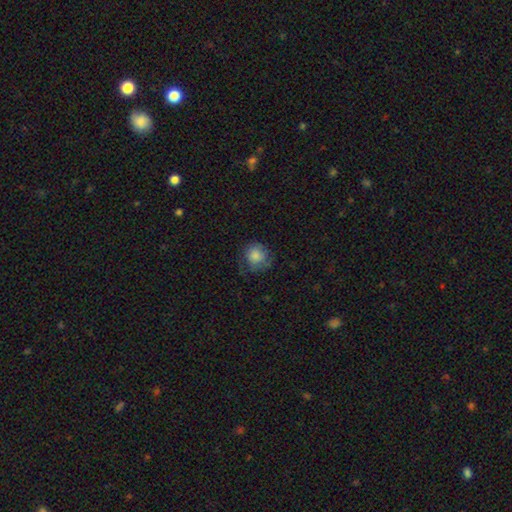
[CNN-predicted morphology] smooth-or-featured: smooth: 77% | featured or disk: 14% | star or artifact: 8%
  how-rounded: round: 85% | in between: 14% | cigar-shaped: 1%
  merging: none: 62% | minor disturbance: 25% | major disturbance: 12% | merger: 1%